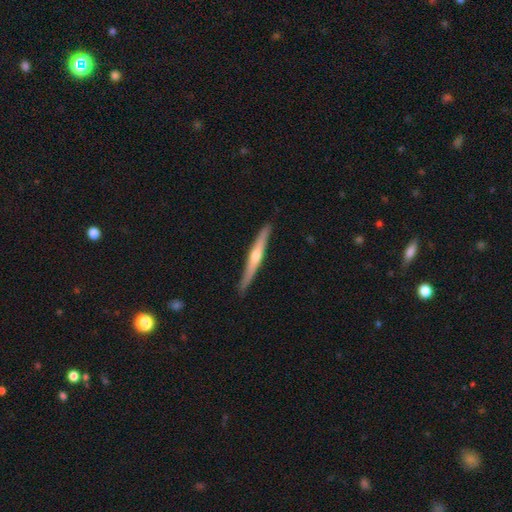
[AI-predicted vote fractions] This appears to be a featured or disk galaxy (68%) viewed edge-on (97%) with a rounded central bulge (82%). Merging: none (89%).